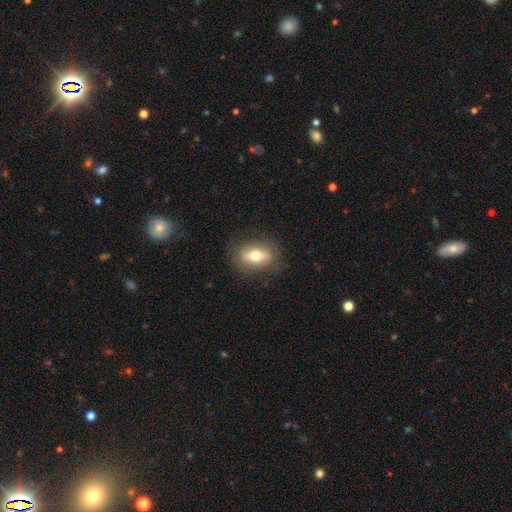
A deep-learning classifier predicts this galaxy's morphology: Smooth or featured: smooth — 55% (featured or disk — 37%)
How rounded: in between — 75% (round — 15%)
Merging: none — 82% (minor disturbance — 12%)